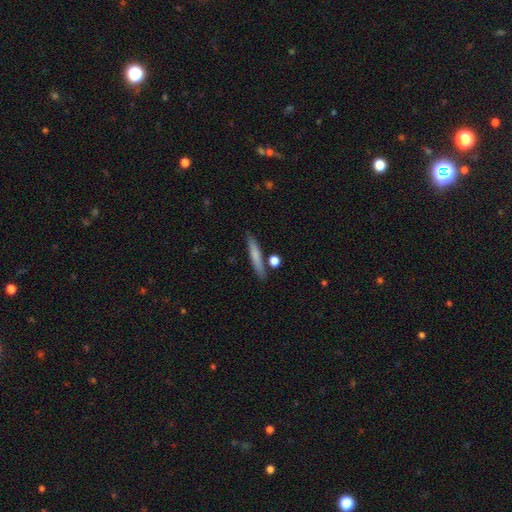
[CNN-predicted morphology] smooth 70%, featured or disk 24%, star or artifact 6%. Down the decision tree: how rounded — cigar-shaped (92%); merging — none (83%).